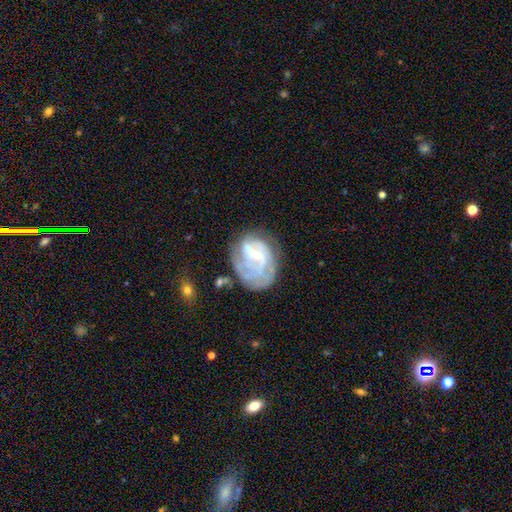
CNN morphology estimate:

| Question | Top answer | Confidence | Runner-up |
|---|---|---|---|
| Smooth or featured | featured or disk | 76% | smooth (17%) |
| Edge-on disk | no | 98% | yes (2%) |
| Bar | no | 46% | weak (42%) |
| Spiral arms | yes | 82% | no (18%) |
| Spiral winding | tight | 54% | medium (32%) |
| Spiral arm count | can't tell | 45% | 2 (20%) |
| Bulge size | small | 68% | moderate (22%) |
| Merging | none | 50% | minor disturbance (25%) |